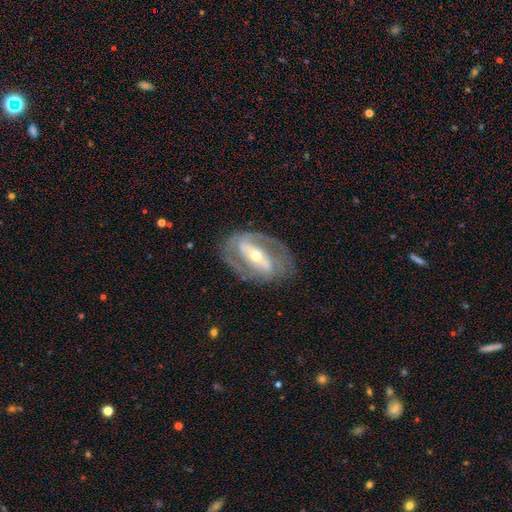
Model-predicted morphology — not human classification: A featured or disk galaxy (83%) with a strong bar (59%), 2 (80%) medium (43%) spiral arms (81%) and a moderate central bulge (52%).

Vote fractions:
- Smooth or featured? featured or disk: 83% / smooth: 11% / star or artifact: 5%
- Edge-on disk? no: 92% / yes: 8%
- Bar? strong: 59% / weak: 24% / no: 17%
- Spiral arms? yes: 81% / no: 19%
- Spiral winding? medium: 43% / tight: 41% / loose: 16%
- Spiral arm count? 2: 80% / can't tell: 11% / 1: 4% / 3: 3% / 4: 1% / more than 4: 1%
- Bulge size? moderate: 52% / small: 42% / large: 4% / dominant: 1% / none: 1%
- Merging? none: 76% / minor disturbance: 14% / major disturbance: 9% / merger: 2%